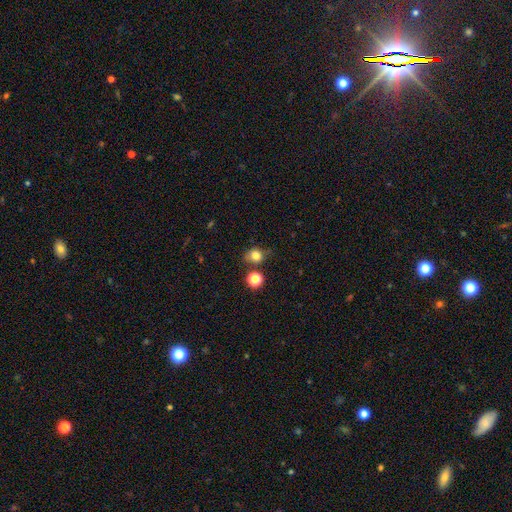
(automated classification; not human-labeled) smooth-or-featured: smooth: 79% | star or artifact: 13% | featured or disk: 7%
  how-rounded: round: 75% | in between: 24% | cigar-shaped: 1%
  merging: none: 68% | minor disturbance: 16% | merger: 10% | major disturbance: 5%